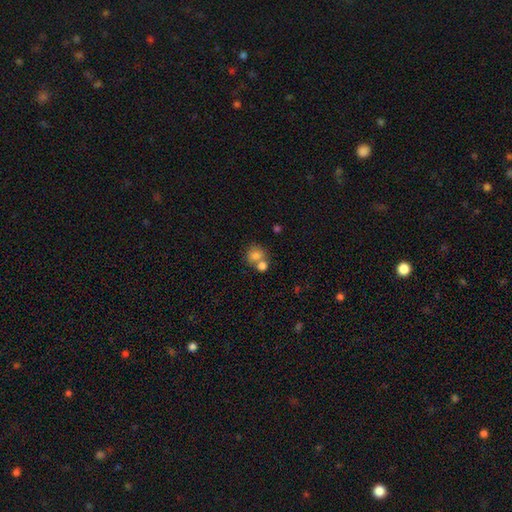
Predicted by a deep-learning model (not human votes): Overall: smooth (78%). How rounded: round (79%). Merging: none (45%; merger 42%).